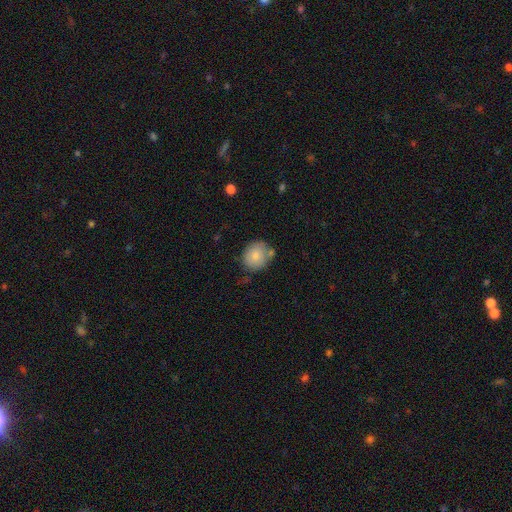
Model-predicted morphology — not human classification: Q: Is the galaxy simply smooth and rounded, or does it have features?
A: smooth — 80%.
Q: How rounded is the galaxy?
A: round — 74%.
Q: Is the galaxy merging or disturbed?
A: none — 66%.